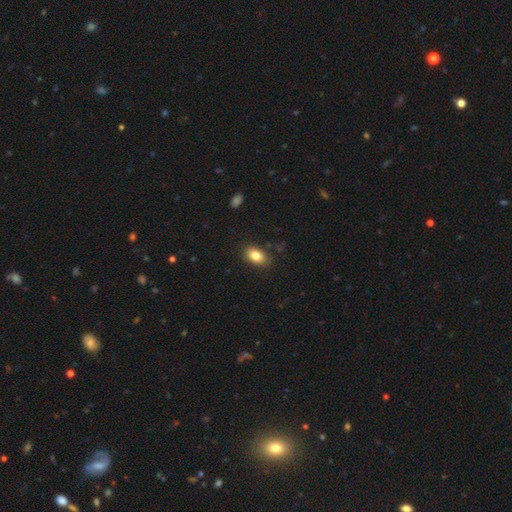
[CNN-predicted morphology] smooth 83%, featured or disk 9%, star or artifact 8%. Down the decision tree: how rounded — in between (88%); merging — none (86%).